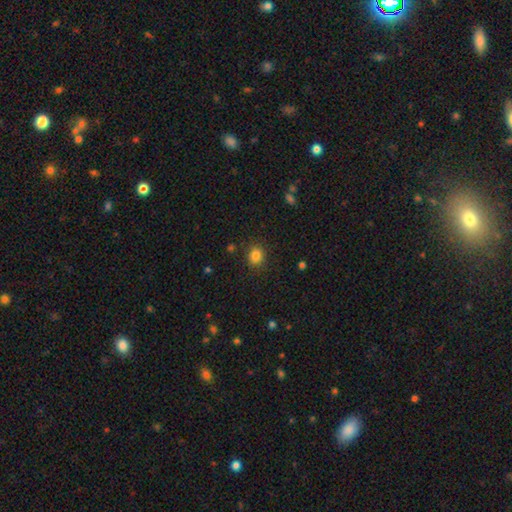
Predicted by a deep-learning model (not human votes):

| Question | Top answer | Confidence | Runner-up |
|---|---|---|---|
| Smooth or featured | smooth | 83% | star or artifact (12%) |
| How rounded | round | 75% | in between (24%) |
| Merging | none | 85% | minor disturbance (10%) |